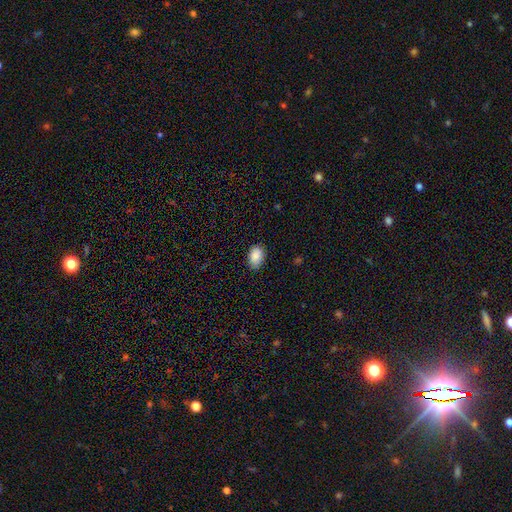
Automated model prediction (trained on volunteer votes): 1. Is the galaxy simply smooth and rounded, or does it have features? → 86% smooth, 8% star or artifact, 6% featured or disk.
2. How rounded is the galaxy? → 84% in between, 14% round, 1% cigar-shaped.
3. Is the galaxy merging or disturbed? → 81% none, 15% minor disturbance, 2% major disturbance, 1% merger.